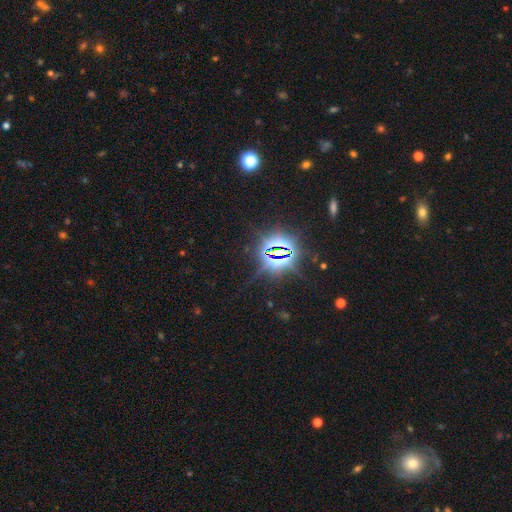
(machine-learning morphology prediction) star or artifact 83%, smooth 11%, featured or disk 7%.